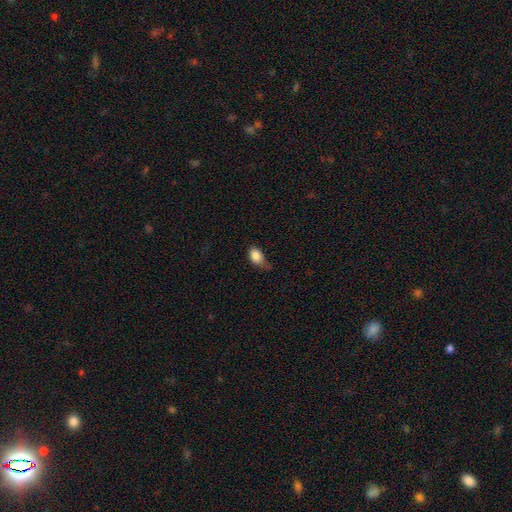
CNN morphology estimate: smooth 86%, star or artifact 8%, featured or disk 6%. Down the decision tree: how rounded — in between (78%); merging — minor disturbance (43%).